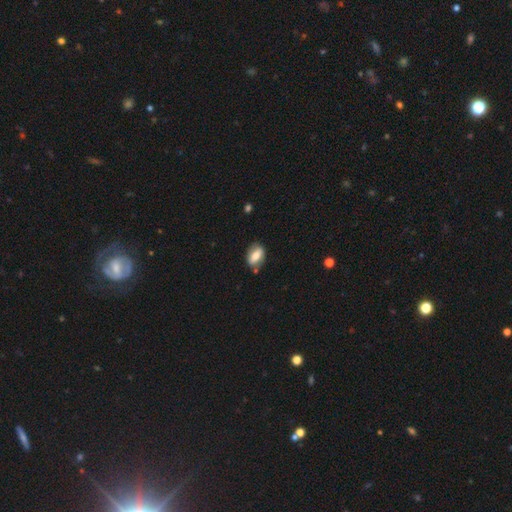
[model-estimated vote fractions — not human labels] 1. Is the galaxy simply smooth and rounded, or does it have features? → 61% smooth, 32% featured or disk, 7% star or artifact.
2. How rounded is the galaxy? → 83% in between, 12% round, 4% cigar-shaped.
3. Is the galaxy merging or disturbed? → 76% none, 16% minor disturbance, 4% merger, 4% major disturbance.